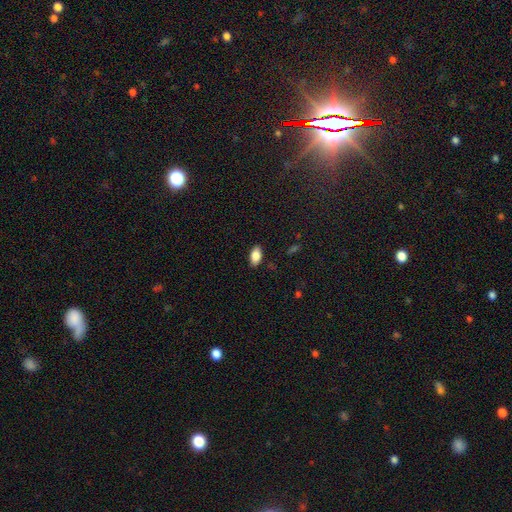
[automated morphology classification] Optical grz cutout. It shows a smooth galaxy with no disk features (85%) that is in between round and cigar-shaped (92%). Merging: none (87%).